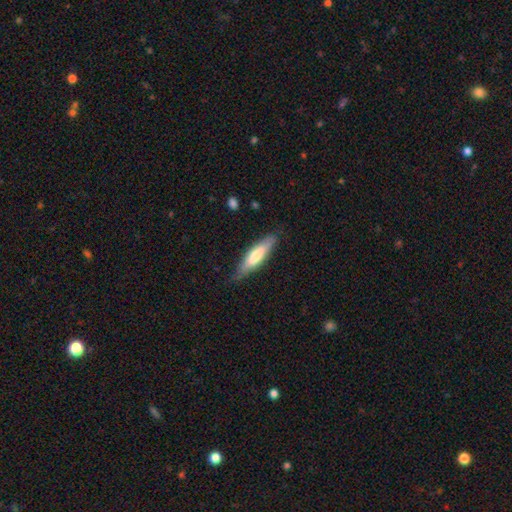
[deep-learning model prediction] smooth-or-featured: smooth: 64% | featured or disk: 31% | star or artifact: 5%
  how-rounded: cigar-shaped: 74% | in between: 24% | round: 1%
  merging: none: 80% | minor disturbance: 16% | major disturbance: 3% | merger: 1%